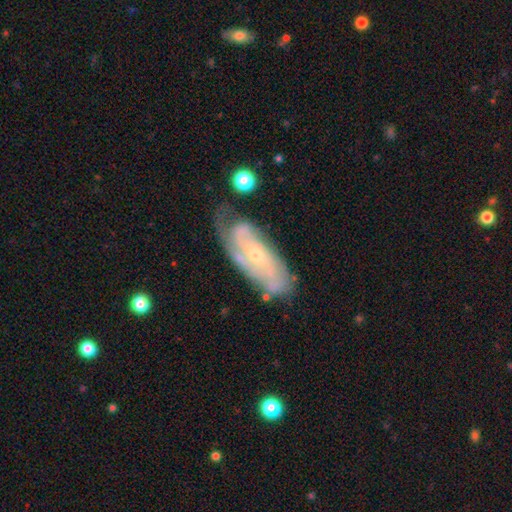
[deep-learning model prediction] featured or disk 80%, smooth 14%, star or artifact 6%. Down the decision tree: edge-on disk — no (90%); bar — no (68%); spiral arms — yes (92%); spiral arm count — can't tell (43%); spiral winding — tight (62%); bulge size — small (75%); merging — none (60%).